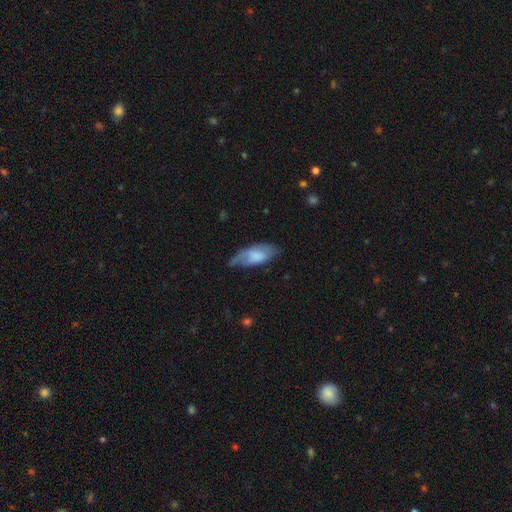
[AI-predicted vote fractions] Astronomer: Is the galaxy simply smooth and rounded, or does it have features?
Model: smooth — 66%.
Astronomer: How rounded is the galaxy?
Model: in between — 84%.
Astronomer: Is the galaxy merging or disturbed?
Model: none — 48% (runner-up: minor disturbance, 36%).